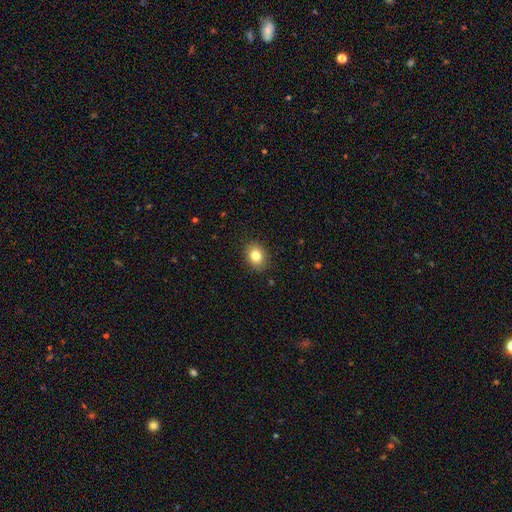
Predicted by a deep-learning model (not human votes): This appears to be a smooth galaxy with no disk features (82%) that is in between round and cigar-shaped (52%). Merging: none (87%).